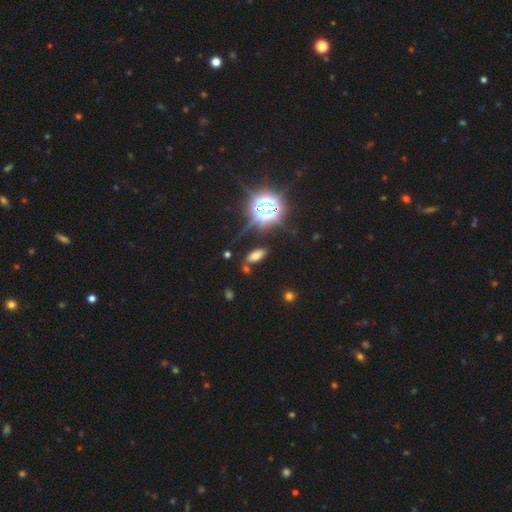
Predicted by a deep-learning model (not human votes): smooth 61%, star or artifact 27%, featured or disk 12%. Down the decision tree: how rounded — in between (77%); merging — none (79%).